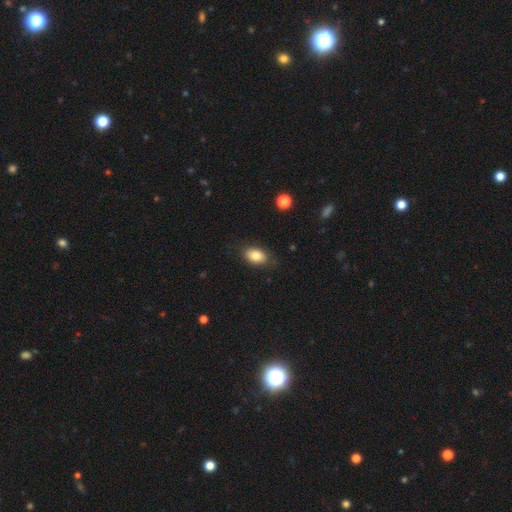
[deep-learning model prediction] smooth 83%, featured or disk 9%, star or artifact 8%. Down the decision tree: how rounded — in between (88%); merging — none (82%).